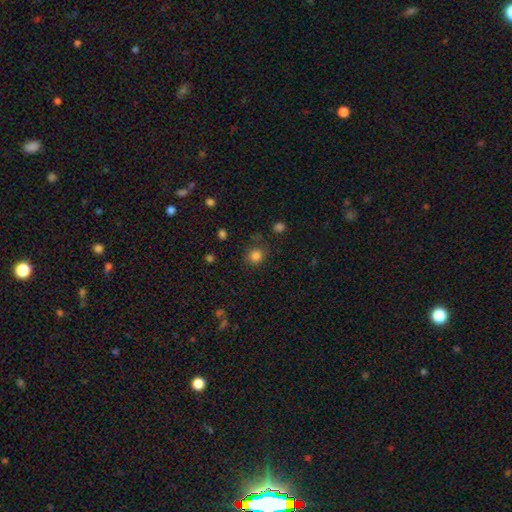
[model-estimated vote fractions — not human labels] A smooth galaxy with no disk features (82%) that is round (84%). Merging: none (78%).